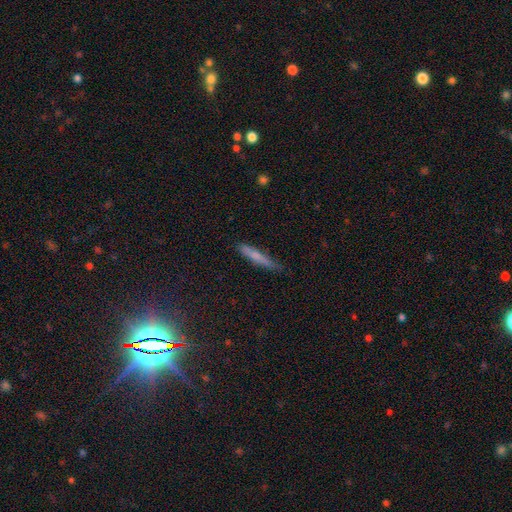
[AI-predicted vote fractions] Smooth or featured: smooth — 66% (featured or disk — 26%)
How rounded: cigar-shaped — 92% (in between — 6%)
Merging: none — 76% (minor disturbance — 19%)